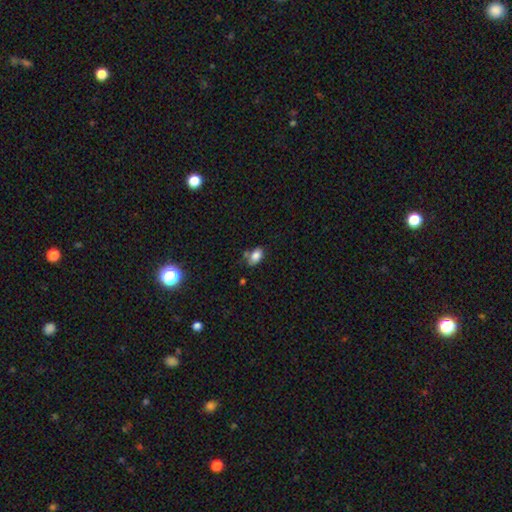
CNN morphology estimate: Smooth or featured? smooth (82%)
How rounded? in between (88%)
Merging? none (54%)